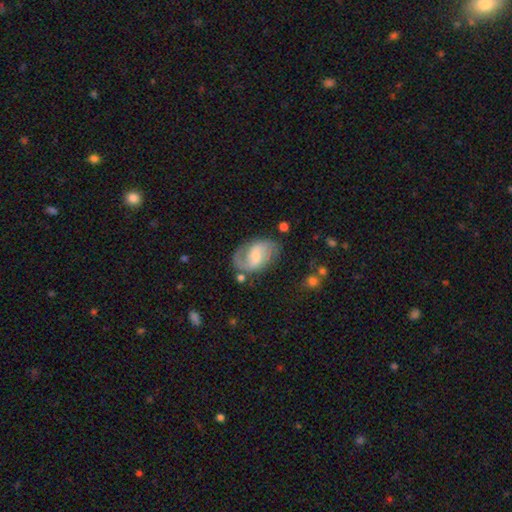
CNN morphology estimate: featured or disk 73%, smooth 20%, star or artifact 6%. Down the decision tree: edge-on disk — no (97%); bar — weak (55%); spiral arms — yes (91%); spiral arm count — 2 (76%); spiral winding — medium (48%); bulge size — small (43%); merging — none (64%).